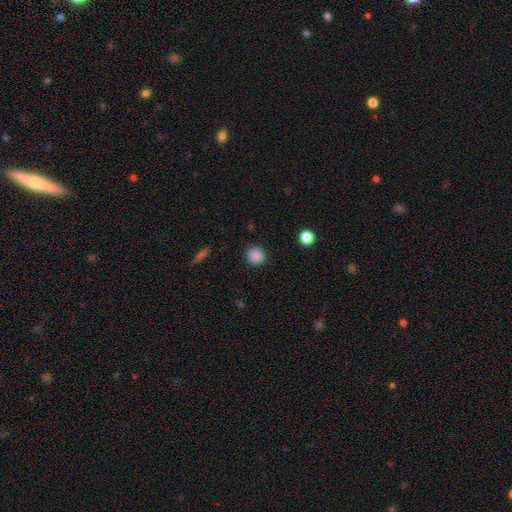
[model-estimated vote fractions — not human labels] Morphology: type=smooth (87%); roundness=round (90%); merging=none (90%).